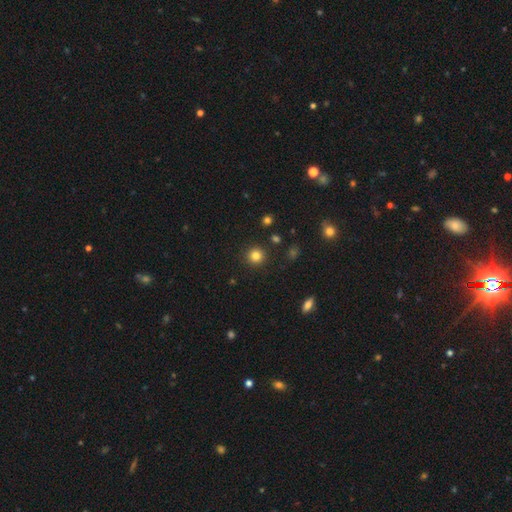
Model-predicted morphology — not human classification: This is clearly a smooth galaxy (83%). How rounded: clearly round (94%). Merging: clearly none (91%).